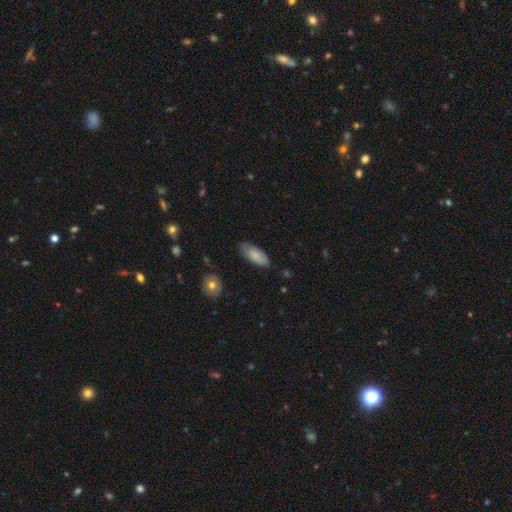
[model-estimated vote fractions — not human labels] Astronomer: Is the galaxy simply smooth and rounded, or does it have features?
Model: smooth — 73%.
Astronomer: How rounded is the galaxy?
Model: in between — 87%.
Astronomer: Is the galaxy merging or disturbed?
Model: none — 68%.